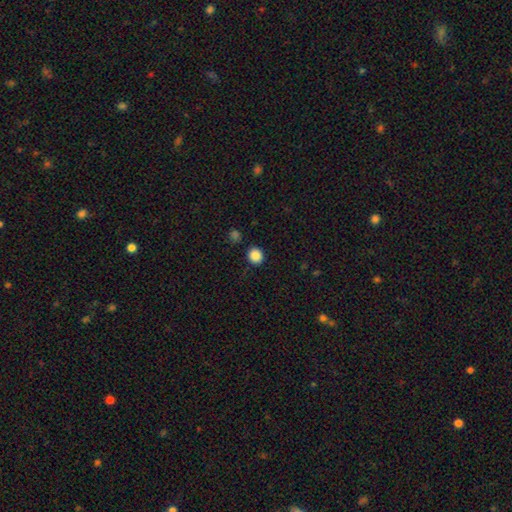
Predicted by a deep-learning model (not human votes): Smooth or featured: smooth — 87% (star or artifact — 10%)
How rounded: round — 83% (in between — 16%)
Merging: none — 88% (minor disturbance — 7%)